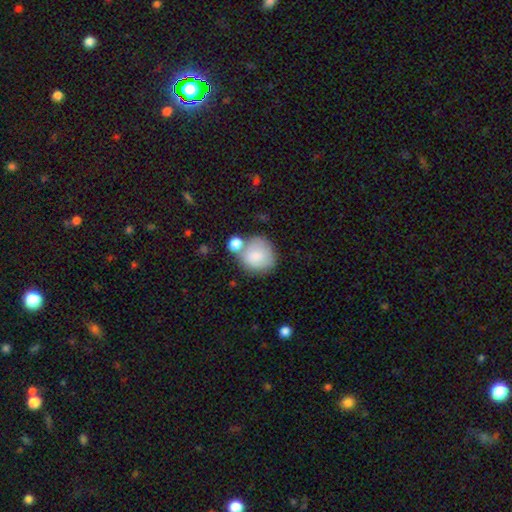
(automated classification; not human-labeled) Smooth or featured? Predicted: smooth (p=0.79). How rounded? Predicted: round (p=0.84). Merging? Predicted: none (p=0.46).